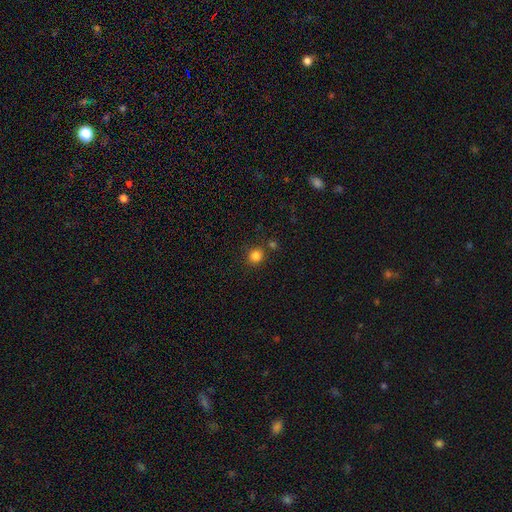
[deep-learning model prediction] smooth_or_featured: smooth (p=0.83) [alt: star or artifact p=0.13]
how_rounded: round (p=0.90) [alt: in between p=0.09]
merging: none (p=0.80) [alt: merger p=0.09]